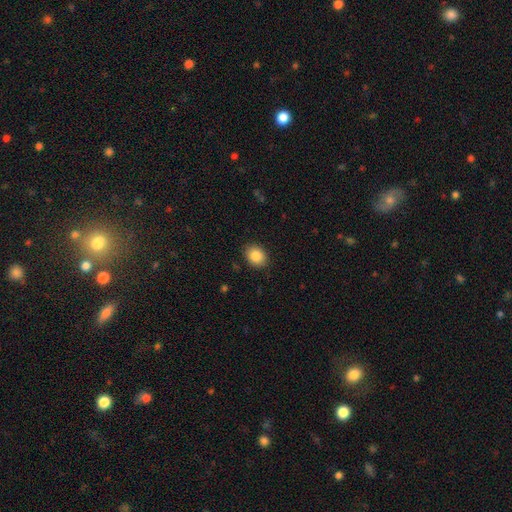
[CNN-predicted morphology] Smooth or featured: smooth — 86% (star or artifact — 9%)
How rounded: round — 52% (in between — 48%)
Merging: none — 88% (minor disturbance — 9%)